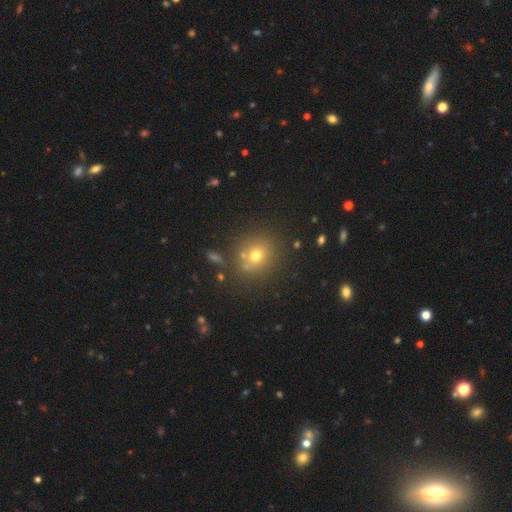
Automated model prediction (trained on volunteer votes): This appears to be a smooth galaxy with no disk features (66%) that is round (81%). Merging: none (76%).